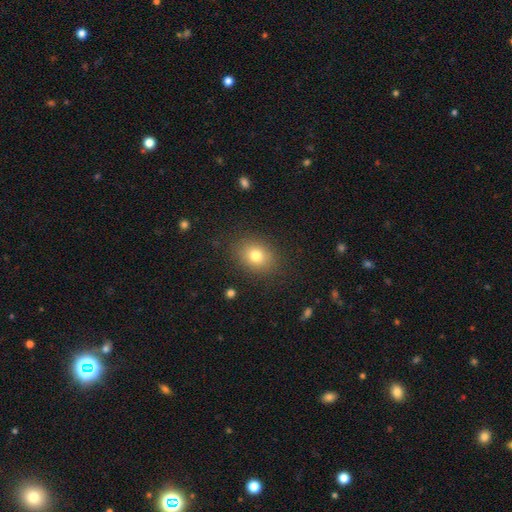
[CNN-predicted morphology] Smooth or featured? smooth (78%)
How rounded? in between (51%)
Merging? none (86%)